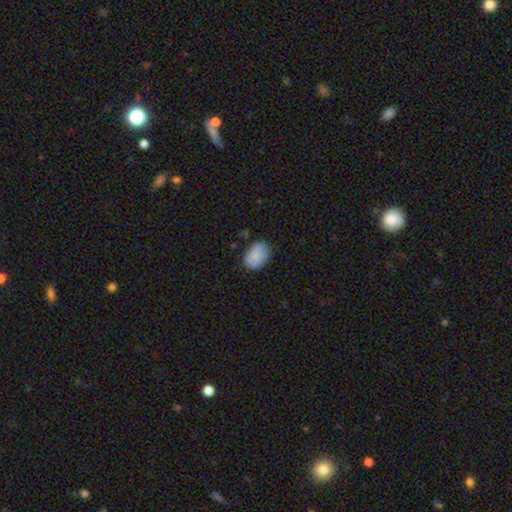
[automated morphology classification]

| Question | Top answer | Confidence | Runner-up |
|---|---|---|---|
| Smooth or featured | smooth | 83% | featured or disk (10%) |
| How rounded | in between | 83% | round (16%) |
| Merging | none | 76% | minor disturbance (18%) |